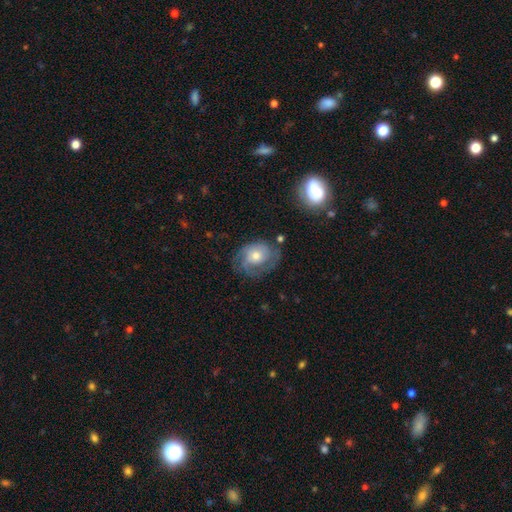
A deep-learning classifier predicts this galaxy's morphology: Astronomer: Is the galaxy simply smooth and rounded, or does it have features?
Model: featured or disk — 60%.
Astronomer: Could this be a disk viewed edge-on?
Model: no — 97%.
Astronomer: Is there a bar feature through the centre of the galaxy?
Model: no — 77%.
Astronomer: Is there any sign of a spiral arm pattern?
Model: yes — 83%.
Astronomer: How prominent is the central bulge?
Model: moderate — 59%.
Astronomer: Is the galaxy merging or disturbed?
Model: none — 60%.